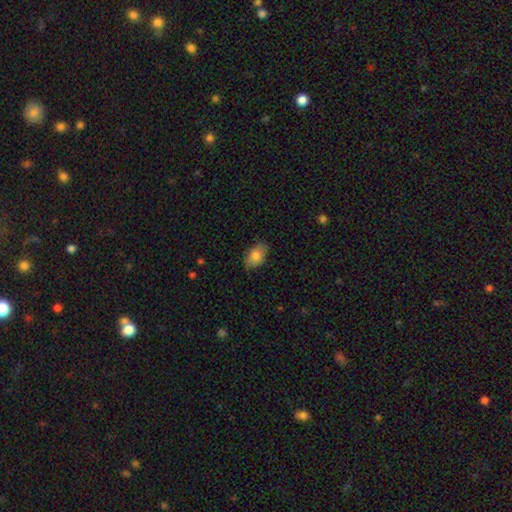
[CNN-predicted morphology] smooth 81%, featured or disk 11%, star or artifact 7%. Down the decision tree: how rounded — in between (89%); merging — none (79%).